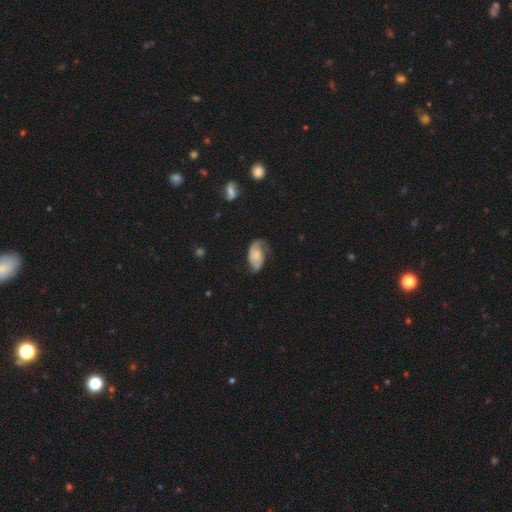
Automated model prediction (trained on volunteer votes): featured or disk 60%, smooth 32%, star or artifact 8%. Down the decision tree: edge-on disk — no (96%); bar — no (64%); spiral arms — yes (89%); spiral arm count — 2 (76%); spiral winding — medium (42%); bulge size — none (38%); merging — none (51%).